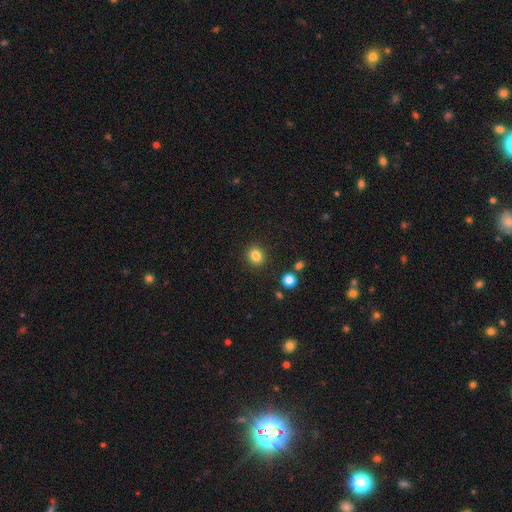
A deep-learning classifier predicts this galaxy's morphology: Smooth or featured: smooth — 83% (star or artifact — 11%)
How rounded: round — 79% (in between — 20%)
Merging: none — 90% (minor disturbance — 6%)